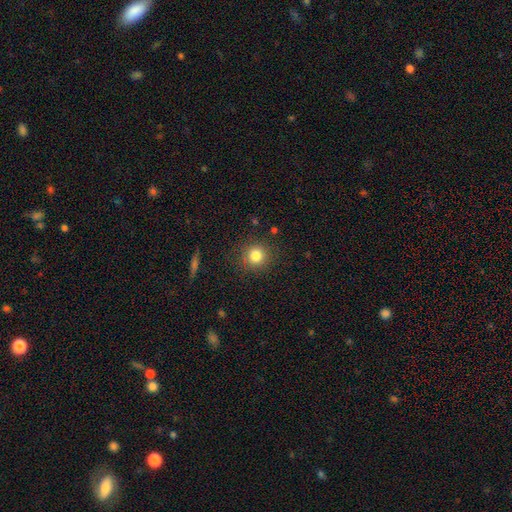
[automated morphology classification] A smooth galaxy with no disk features (82%) that is round (92%).

Vote fractions:
- Smooth or featured? smooth: 82% / star or artifact: 12% / featured or disk: 6%
- How rounded? round: 92% / in between: 7% / cigar-shaped: 1%
- Merging? none: 88% / minor disturbance: 8% / major disturbance: 3% / merger: 1%